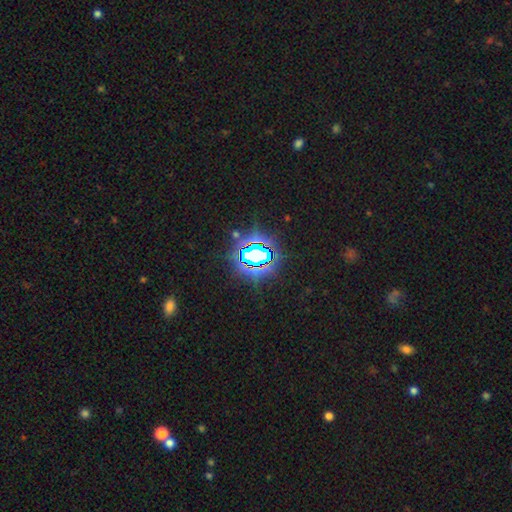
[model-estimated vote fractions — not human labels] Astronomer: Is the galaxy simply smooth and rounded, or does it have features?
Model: star or artifact — 75%.